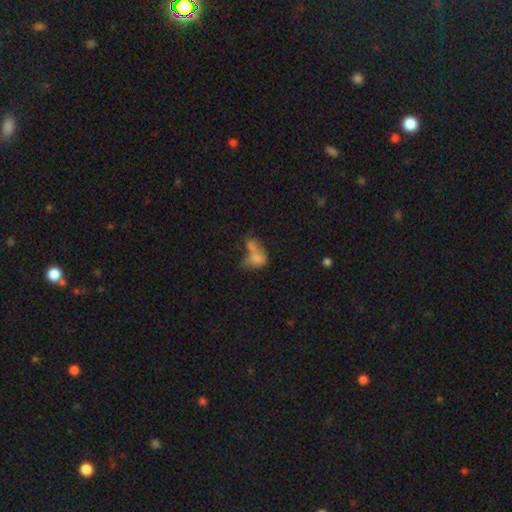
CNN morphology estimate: type=smooth (69%); roundness=in between (76%); merging=merger (59%).